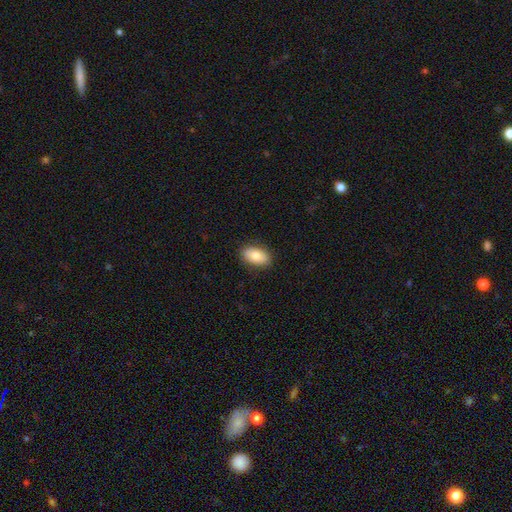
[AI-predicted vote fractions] Smooth or featured? smooth (81%)
How rounded? in between (92%)
Merging? none (88%)